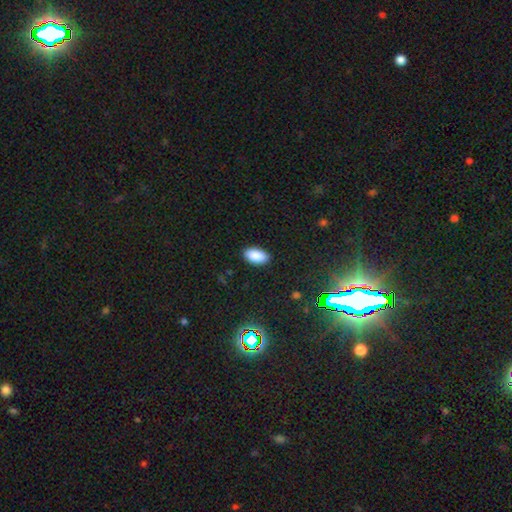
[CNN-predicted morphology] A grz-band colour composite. It shows a smooth galaxy with no disk features (89%) that is in between round and cigar-shaped (94%). Merging: none (88%).